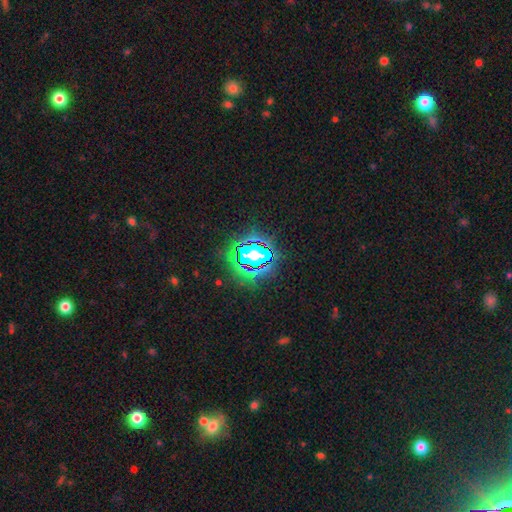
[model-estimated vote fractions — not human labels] A star or artifact, not a galaxy (78%).

Vote fractions:
- Smooth or featured? star or artifact: 78% / smooth: 13% / featured or disk: 8%